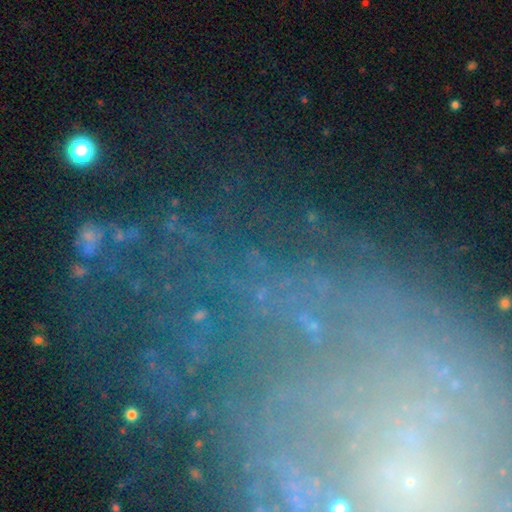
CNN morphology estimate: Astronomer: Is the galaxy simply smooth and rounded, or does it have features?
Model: star or artifact — 45% (runner-up: featured or disk, 39%).